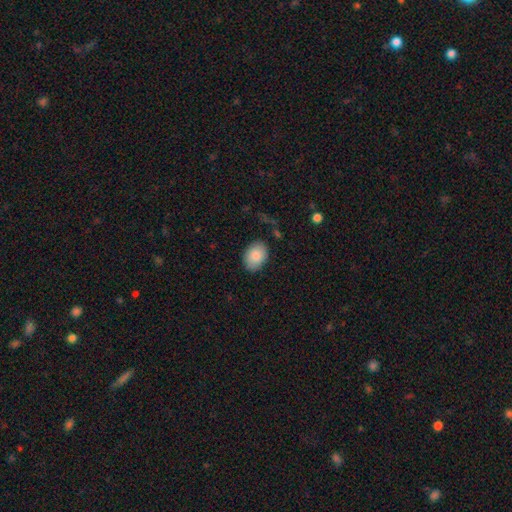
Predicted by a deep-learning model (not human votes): Overall: smooth (86%). How rounded: in between (78%). Merging: none (84%).